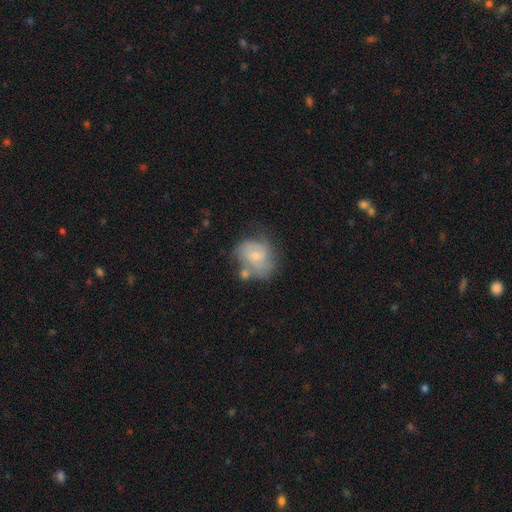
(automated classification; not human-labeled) A featured or disk galaxy (53%) with no bar (62%), spiral arms (72%) and a small central bulge (58%). Merging: none (43%).